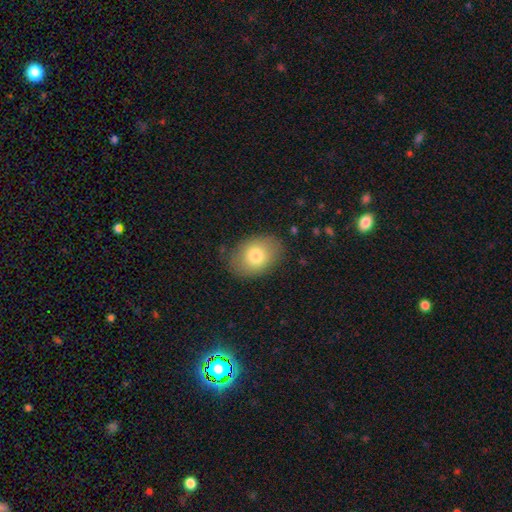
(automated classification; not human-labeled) Smooth or featured? Predicted: smooth (p=0.79). How rounded? Predicted: in between (p=0.72). Merging? Predicted: none (p=0.81).